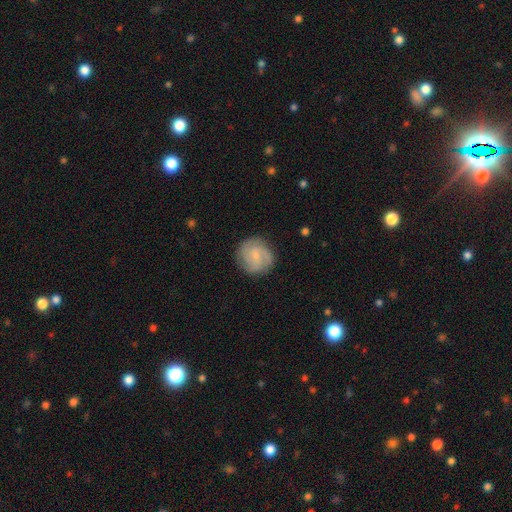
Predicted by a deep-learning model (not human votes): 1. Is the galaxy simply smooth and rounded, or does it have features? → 67% featured or disk, 27% smooth, 6% star or artifact.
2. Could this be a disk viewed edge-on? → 98% no, 2% yes.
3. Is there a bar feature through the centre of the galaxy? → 54% no, 41% weak, 5% strong.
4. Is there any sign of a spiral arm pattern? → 94% yes, 6% no.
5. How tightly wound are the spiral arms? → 46% tight, 43% medium, 12% loose.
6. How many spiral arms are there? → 37% 3, 25% 2, 20% can't tell, 8% 4, 5% 1, 5% more than 4.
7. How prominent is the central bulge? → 67% small, 22% moderate, 9% none, 1% large, 1% dominant.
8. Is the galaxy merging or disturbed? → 82% none, 13% minor disturbance, 4% major disturbance, 1% merger.